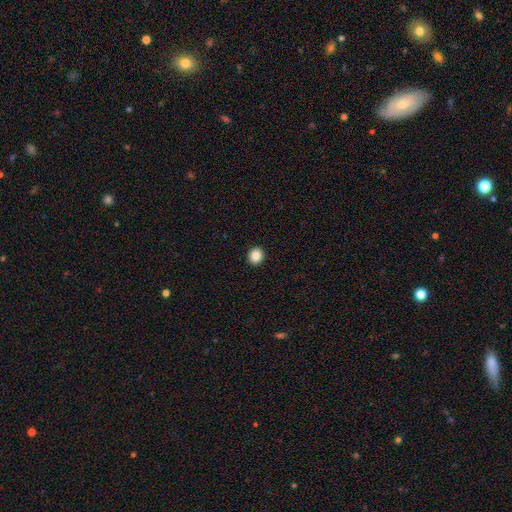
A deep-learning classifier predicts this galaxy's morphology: smooth-or-featured: smooth: 85% | star or artifact: 10% | featured or disk: 5%
  how-rounded: round: 84% | in between: 15% | cigar-shaped: 1%
  merging: none: 94% | minor disturbance: 4% | major disturbance: 1% | merger: 1%